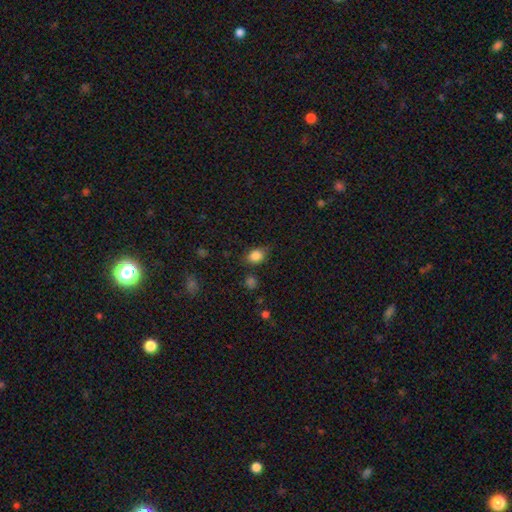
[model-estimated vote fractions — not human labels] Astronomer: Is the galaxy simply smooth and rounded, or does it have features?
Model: smooth — 84%.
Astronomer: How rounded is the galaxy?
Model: in between — 70%.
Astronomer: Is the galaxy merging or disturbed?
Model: none — 74%.